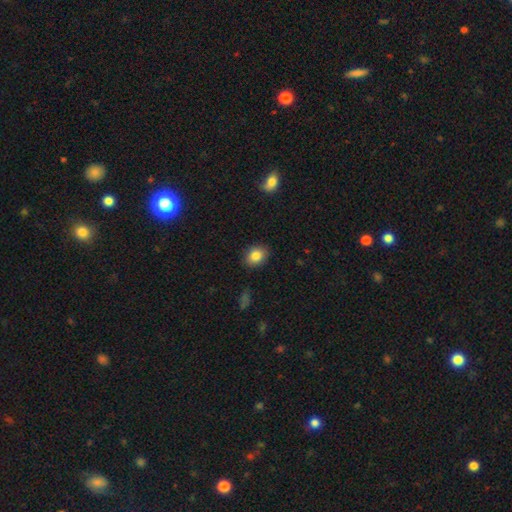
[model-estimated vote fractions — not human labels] Smooth or featured?
  - smooth: 84% *
  - star or artifact: 8%
  - featured or disk: 7%
How rounded?
  - in between: 59% *
  - round: 40%
  - cigar-shaped: 1%
Merging?
  - none: 87% *
  - minor disturbance: 10%
  - major disturbance: 2%
  - merger: 1%